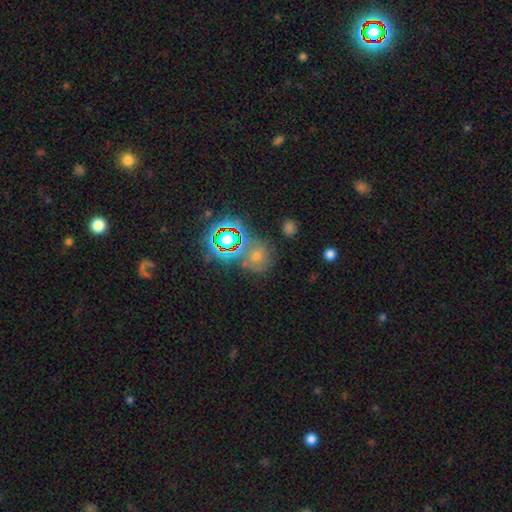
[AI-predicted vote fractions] star or artifact 51%, smooth 35%, featured or disk 13%.